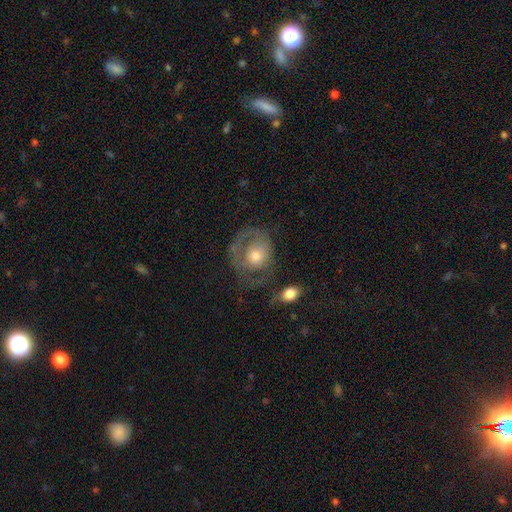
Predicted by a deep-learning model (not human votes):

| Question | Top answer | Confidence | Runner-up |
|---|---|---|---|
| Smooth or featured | featured or disk | 55% | smooth (37%) |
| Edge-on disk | no | 96% | yes (4%) |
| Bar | no | 83% | weak (14%) |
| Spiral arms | yes | 55% | no (45%) |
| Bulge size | moderate | 61% | small (27%) |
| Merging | none | 40% | major disturbance (34%) |